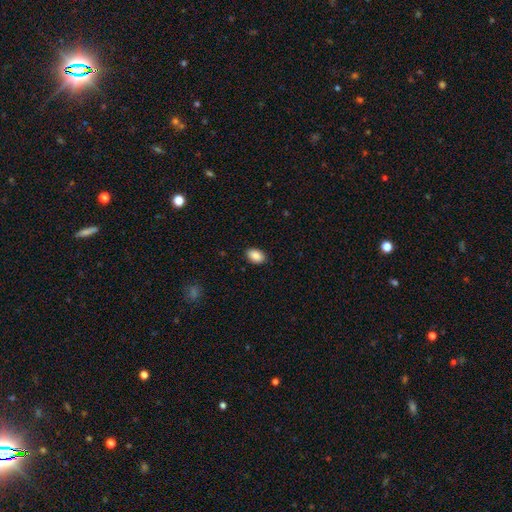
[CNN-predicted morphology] Smooth or featured? smooth (88%)
How rounded? in between (88%)
Merging? none (88%)